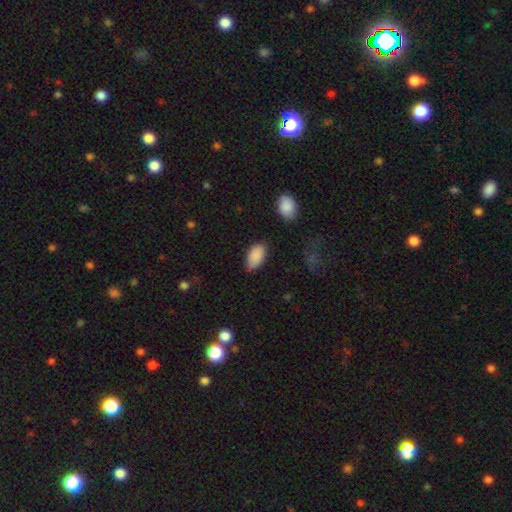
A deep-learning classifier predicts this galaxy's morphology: Q: Smooth or featured?
A: smooth (89%); runner-up: star or artifact (7%)
Q: How rounded?
A: in between (95%); runner-up: round (3%)
Q: Merging?
A: none (77%); runner-up: minor disturbance (18%)